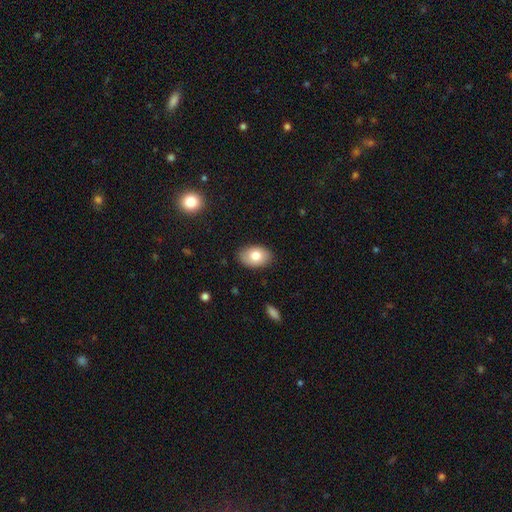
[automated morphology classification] smooth-or-featured: smooth: 79% | featured or disk: 14% | star or artifact: 7%
  how-rounded: in between: 86% | round: 13% | cigar-shaped: 1%
  merging: none: 86% | minor disturbance: 11% | major disturbance: 2% | merger: 1%